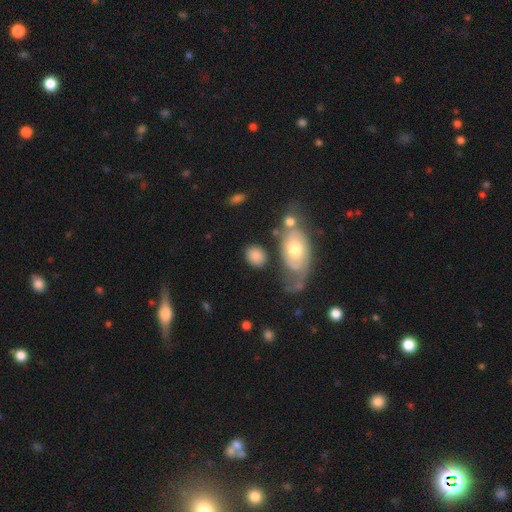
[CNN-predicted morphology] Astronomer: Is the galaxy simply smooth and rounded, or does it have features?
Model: smooth — 79%.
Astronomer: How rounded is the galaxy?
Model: in between — 58% (runner-up: round, 40%).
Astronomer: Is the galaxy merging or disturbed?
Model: none — 65%.